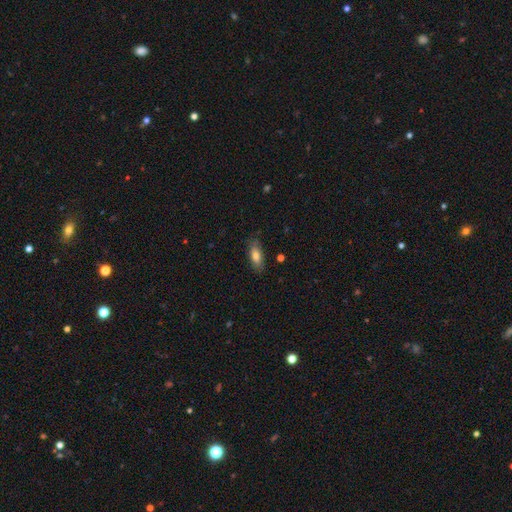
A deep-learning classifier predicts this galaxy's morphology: A smooth galaxy with no disk features (79%) that is in between round and cigar-shaped (78%). Merging: none (80%).